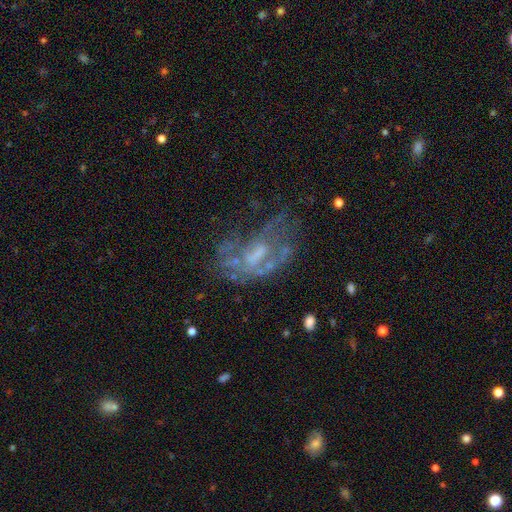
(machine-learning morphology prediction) Smooth or featured? Predicted: featured or disk (p=0.68). Edge-on disk? Predicted: no (p=0.96). Bar? Predicted: no (p=0.62). Spiral arms? Predicted: no (p=0.66). Bulge size? Predicted: none (p=0.36). Merging? Predicted: none (p=0.37).